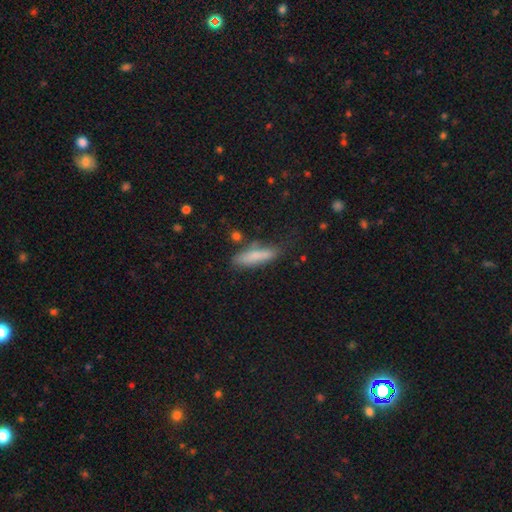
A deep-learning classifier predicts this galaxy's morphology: Smooth or featured?
  - smooth: 78% *
  - featured or disk: 15%
  - star or artifact: 7%
How rounded?
  - cigar-shaped: 64% *
  - in between: 34%
  - round: 2%
Merging?
  - none: 65% *
  - minor disturbance: 22%
  - merger: 7%
  - major disturbance: 6%